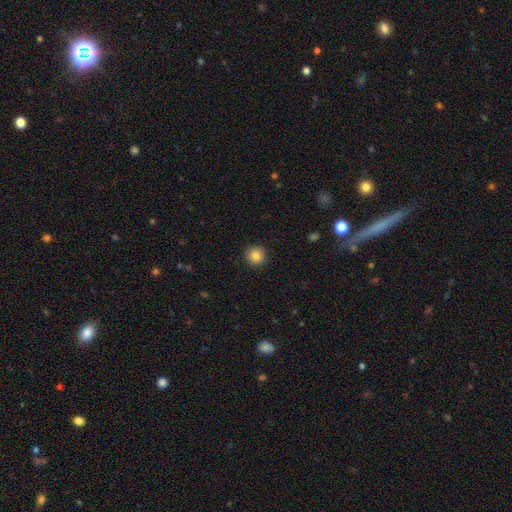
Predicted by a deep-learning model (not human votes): Smooth or featured: smooth — 84% (star or artifact — 10%)
How rounded: round — 94% (in between — 5%)
Merging: none — 91% (minor disturbance — 6%)